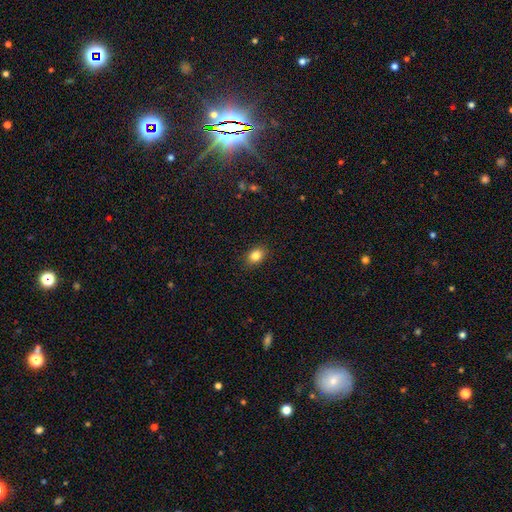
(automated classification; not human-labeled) The model was most divided on "how rounded": in between: 71%, round: 28%, cigar-shaped: 1%. More confident: merging — none (89%); smooth or featured — smooth (83%).